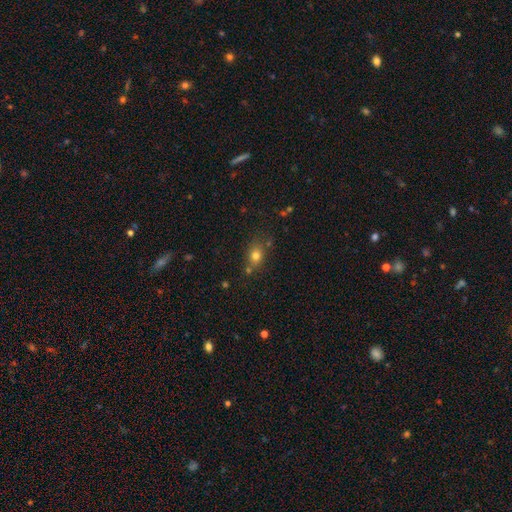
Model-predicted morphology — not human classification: A smooth galaxy with no disk features (76%) that is in between round and cigar-shaped (52%).

Vote fractions:
- Smooth or featured? smooth: 76% / star or artifact: 14% / featured or disk: 10%
- How rounded? in between: 52% / round: 46% / cigar-shaped: 2%
- Merging? none: 68% / minor disturbance: 16% / merger: 12% / major disturbance: 5%